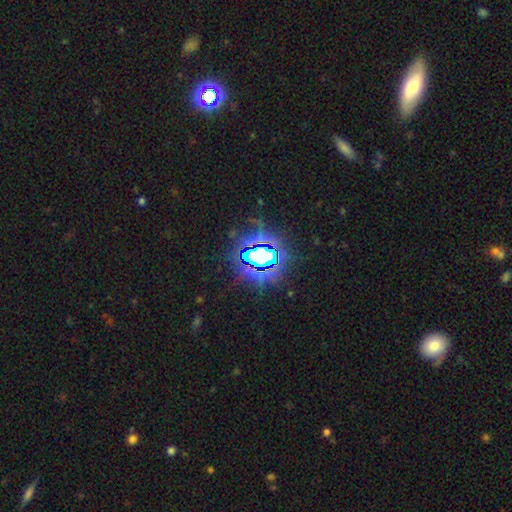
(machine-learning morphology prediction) Q: Smooth or featured?
A: star or artifact (76%); runner-up: featured or disk (13%)